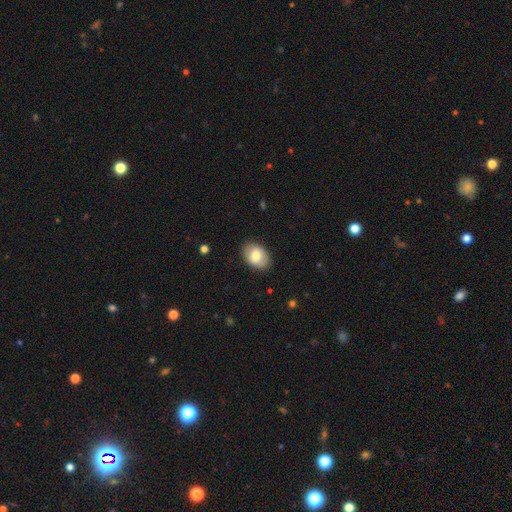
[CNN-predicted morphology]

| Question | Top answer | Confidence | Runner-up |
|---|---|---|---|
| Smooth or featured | smooth | 75% | featured or disk (18%) |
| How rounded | in between | 83% | round (16%) |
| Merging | none | 86% | minor disturbance (11%) |